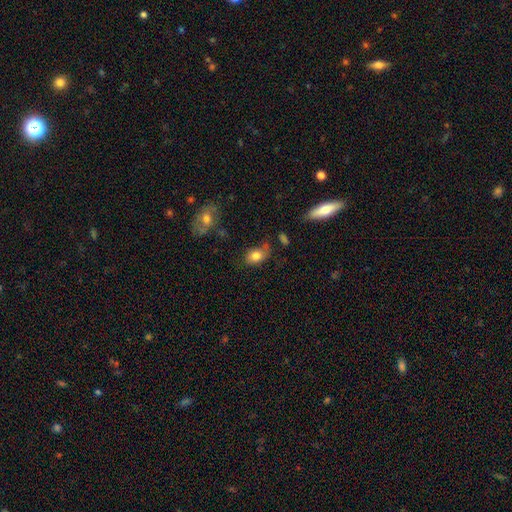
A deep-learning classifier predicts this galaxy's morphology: A smooth galaxy with no disk features (81%) that is in between round and cigar-shaped (79%).

Vote fractions:
- Smooth or featured? smooth: 81% / featured or disk: 11% / star or artifact: 9%
- How rounded? in between: 79% / round: 19% / cigar-shaped: 2%
- Merging? none: 56% / minor disturbance: 30% / major disturbance: 9% / merger: 5%